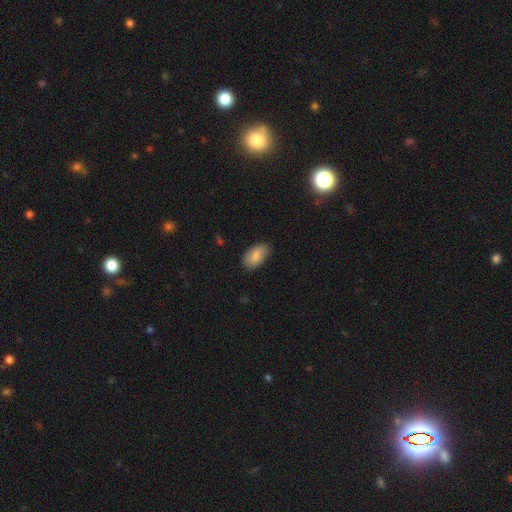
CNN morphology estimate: smooth-or-featured: smooth: 85% | featured or disk: 9% | star or artifact: 6%
  how-rounded: in between: 94% | round: 3% | cigar-shaped: 2%
  merging: none: 79% | minor disturbance: 17% | major disturbance: 3% | merger: 1%